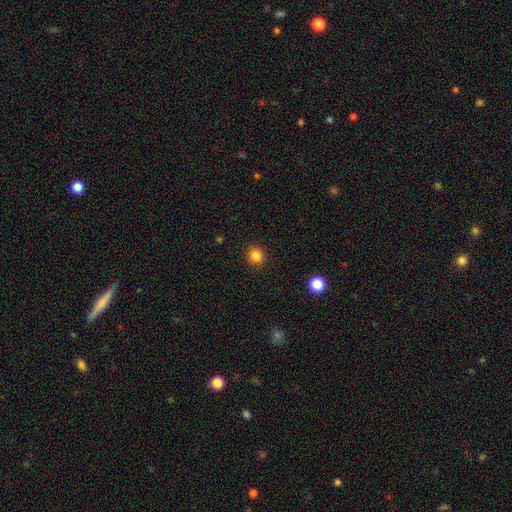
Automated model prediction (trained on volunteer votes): This appears to be a smooth galaxy with no disk features (84%) that is round (93%). Merging: none (91%).